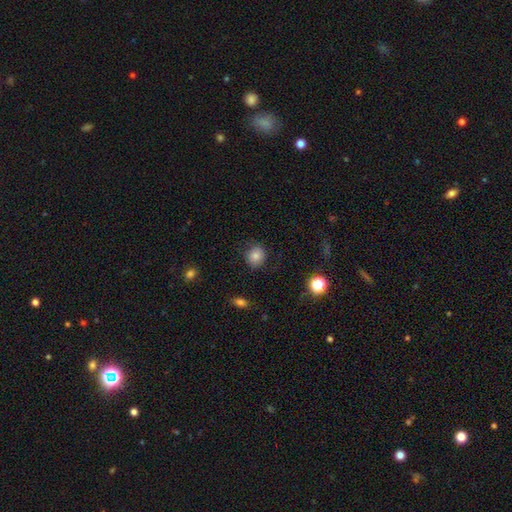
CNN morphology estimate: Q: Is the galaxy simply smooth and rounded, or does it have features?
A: smooth — 82%.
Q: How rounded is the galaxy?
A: round — 80%.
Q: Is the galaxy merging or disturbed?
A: none — 83%.